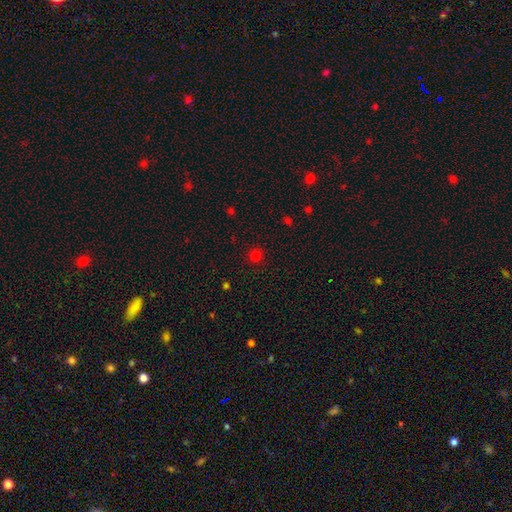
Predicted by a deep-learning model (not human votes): Morphology: type=smooth (76%); roundness=round (93%); merging=none (90%).